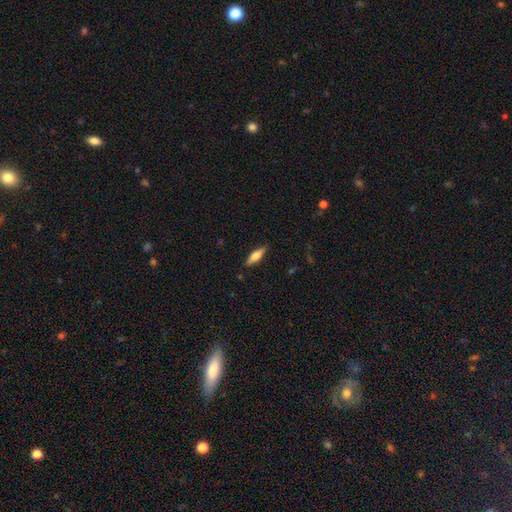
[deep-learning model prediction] Morphology: type=smooth (59%); roundness=cigar-shaped (54%); merging=none (86%).